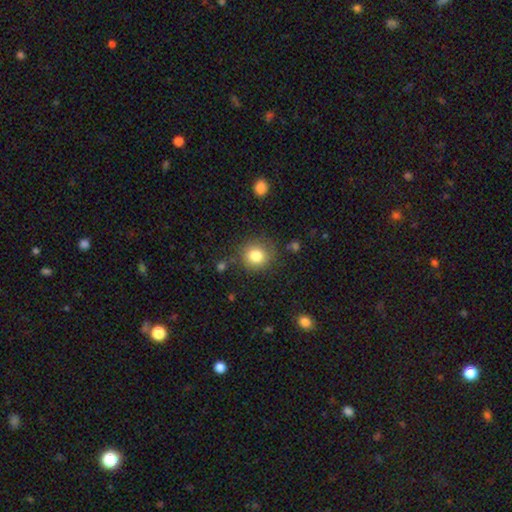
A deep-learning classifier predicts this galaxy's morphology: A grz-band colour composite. It shows a smooth galaxy with no disk features (82%) that is round (89%). Merging: none (82%).